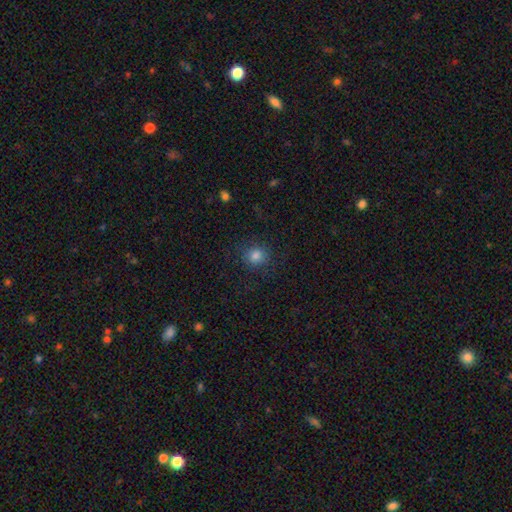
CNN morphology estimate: A smooth galaxy with no disk features (82%) that is round (87%). Merging: none (85%).